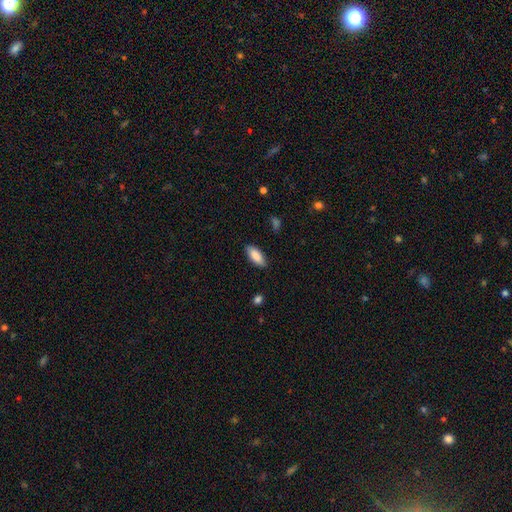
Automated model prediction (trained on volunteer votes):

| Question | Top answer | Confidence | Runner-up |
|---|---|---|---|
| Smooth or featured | smooth | 89% | star or artifact (6%) |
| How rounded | in between | 85% | cigar-shaped (13%) |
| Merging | none | 87% | minor disturbance (10%) |